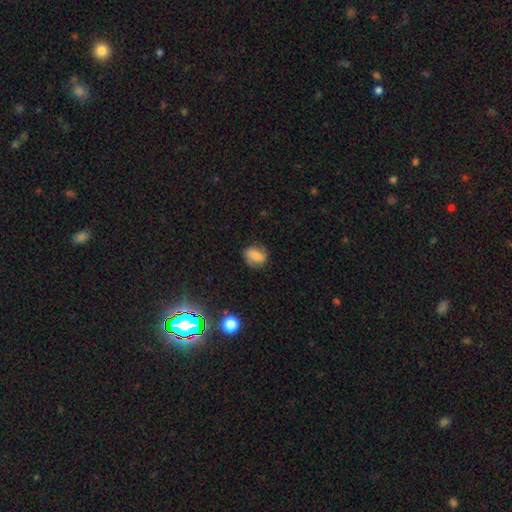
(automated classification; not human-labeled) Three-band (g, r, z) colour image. It shows a smooth galaxy with no disk features (57%) that is in between round and cigar-shaped (49%, tied with round). Merging: none (74%).